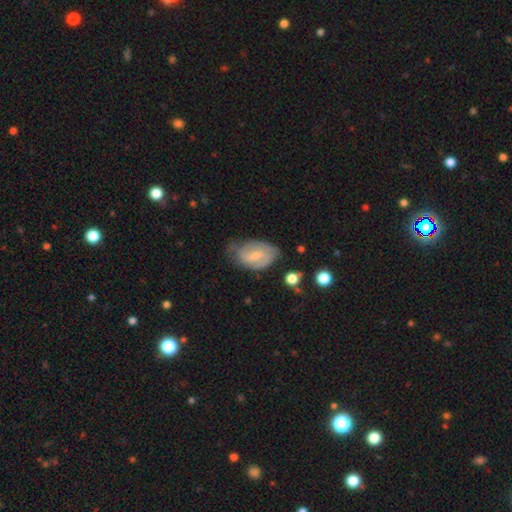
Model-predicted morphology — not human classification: type=featured or disk (66%); edge-on=no (96%); bar=weak (58%); spiral arms=yes (86%); winding=medium (42%); arm count=2 (65%); bulge=small (51%); merging=none (54%).